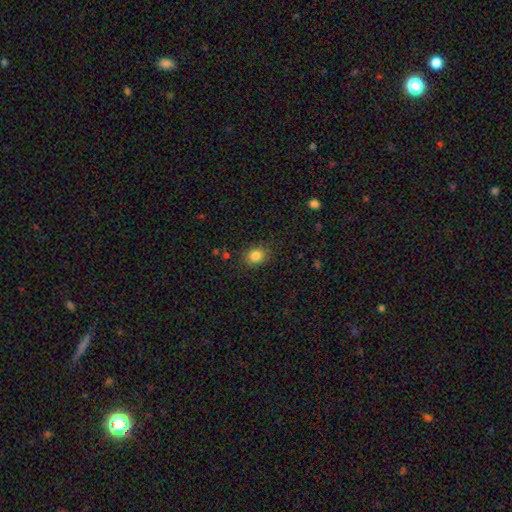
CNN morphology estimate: A smooth galaxy with no disk features (84%) that is round (54%).

Vote fractions:
- Smooth or featured? smooth: 84% / star or artifact: 11% / featured or disk: 6%
- How rounded? round: 54% / in between: 45% / cigar-shaped: 1%
- Merging? none: 84% / minor disturbance: 11% / major disturbance: 3% / merger: 1%